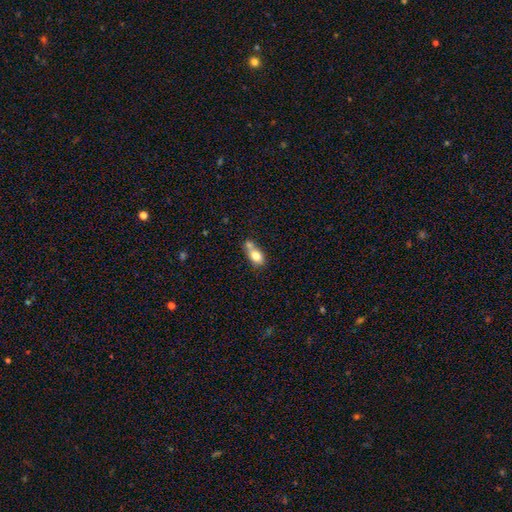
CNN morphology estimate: Overall: smooth (75%). How rounded: in between (78%). Merging: merger (49%; none 32%).